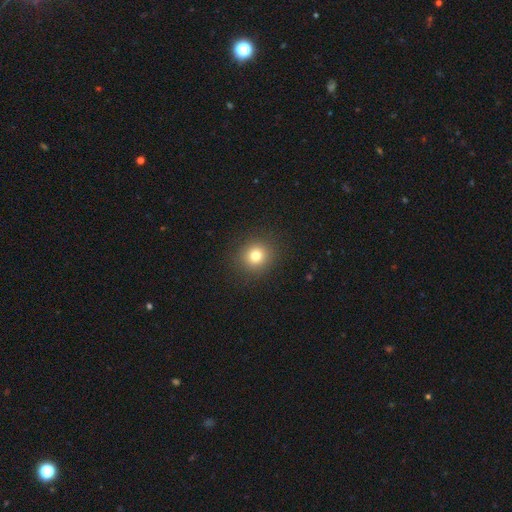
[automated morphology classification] type=smooth (78%); roundness=round (89%); merging=none (91%).